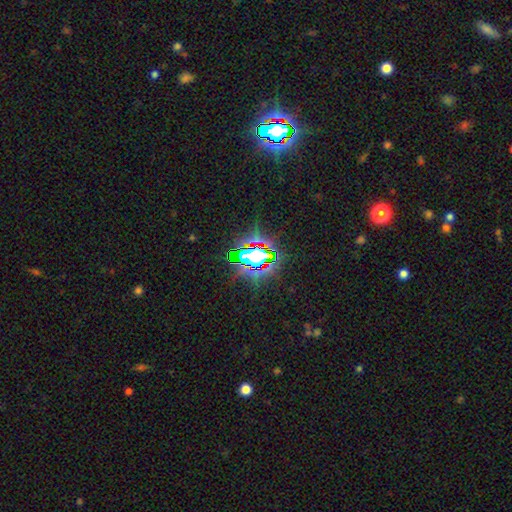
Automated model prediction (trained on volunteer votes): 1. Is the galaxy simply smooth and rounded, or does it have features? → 74% star or artifact, 14% smooth, 12% featured or disk.